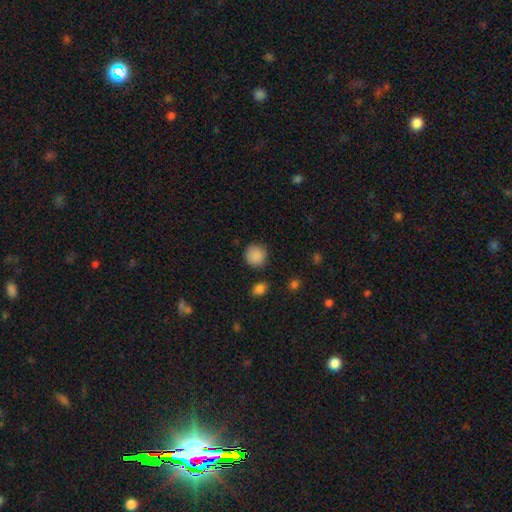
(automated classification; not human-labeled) Smooth or featured?
  - smooth: 87% *
  - star or artifact: 9%
  - featured or disk: 4%
How rounded?
  - round: 92% *
  - in between: 7%
  - cigar-shaped: 1%
Merging?
  - none: 84% *
  - minor disturbance: 10%
  - major disturbance: 3%
  - merger: 2%